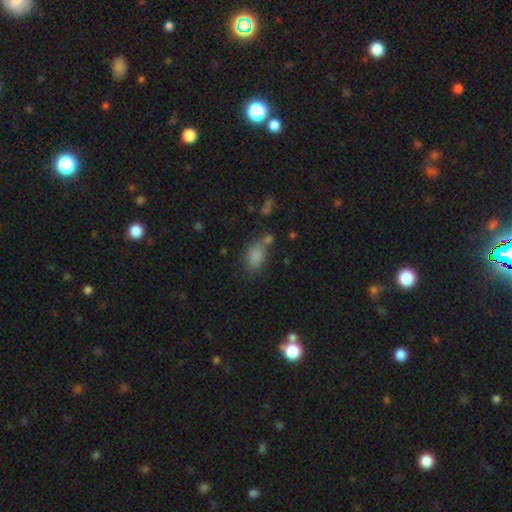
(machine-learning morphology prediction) type=smooth (82%); roundness=in between (87%); merging=none (56%).